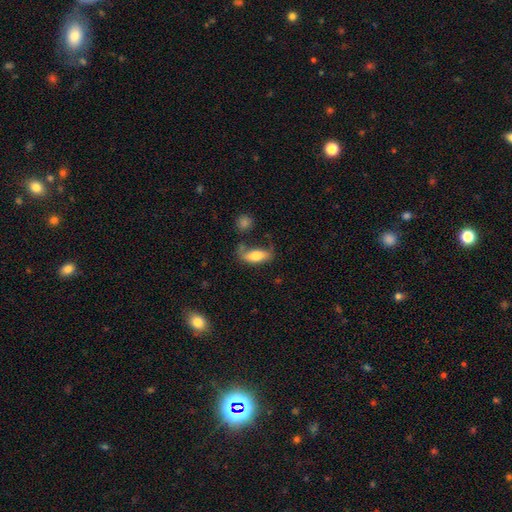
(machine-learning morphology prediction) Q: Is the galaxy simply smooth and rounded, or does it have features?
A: smooth — 67%.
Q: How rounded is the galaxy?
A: in between — 75%.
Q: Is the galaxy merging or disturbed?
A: none — 47%.